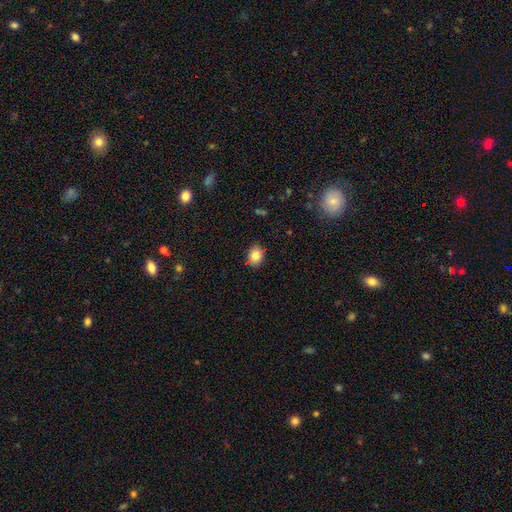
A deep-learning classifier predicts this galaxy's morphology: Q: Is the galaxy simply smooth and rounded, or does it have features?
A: smooth — 83%.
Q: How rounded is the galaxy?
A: in between — 58%.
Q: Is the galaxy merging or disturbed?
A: none — 83%.